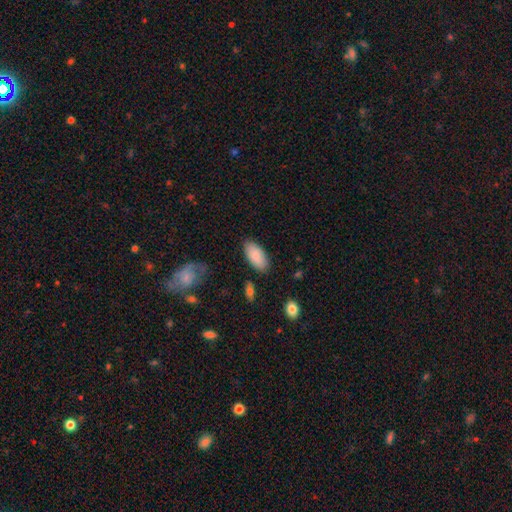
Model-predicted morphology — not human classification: type=smooth (87%); roundness=in between (92%); merging=none (83%).